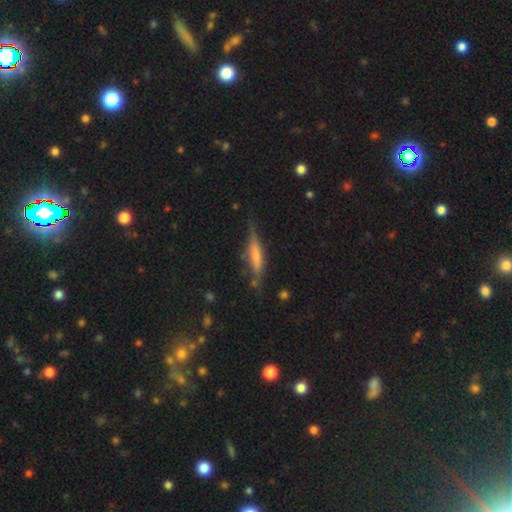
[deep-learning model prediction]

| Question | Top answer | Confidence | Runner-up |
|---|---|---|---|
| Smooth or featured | featured or disk | 50% | smooth (43%) |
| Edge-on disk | yes | 91% | no (9%) |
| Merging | none | 69% | minor disturbance (21%) |